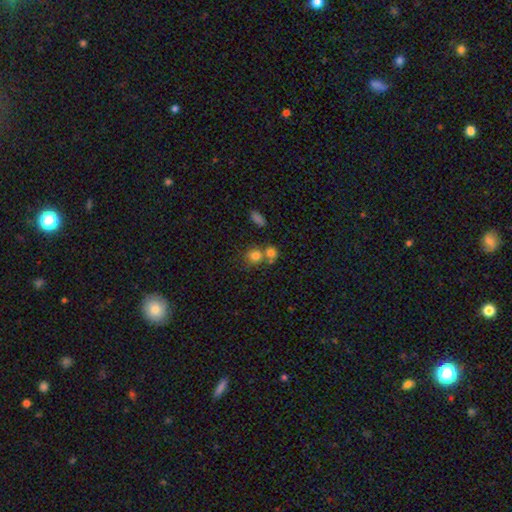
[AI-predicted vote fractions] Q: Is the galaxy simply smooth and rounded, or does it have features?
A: smooth — 77%.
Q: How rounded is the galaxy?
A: round — 80%.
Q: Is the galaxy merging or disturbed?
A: none — 49%.